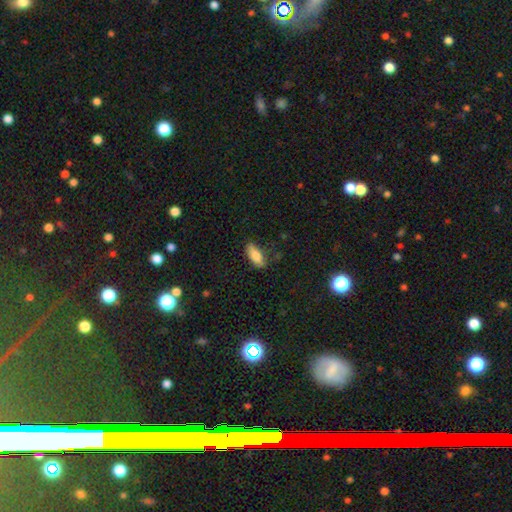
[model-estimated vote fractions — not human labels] Morphology: type=smooth (80%); roundness=in between (77%); merging=none (76%).